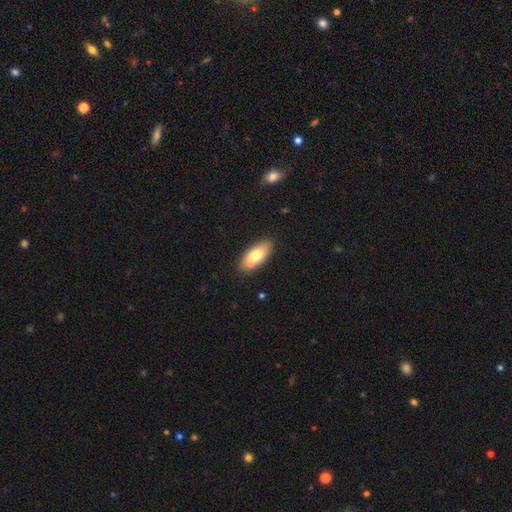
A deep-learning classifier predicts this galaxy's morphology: type=smooth (71%); roundness=in between (87%); merging=none (80%).